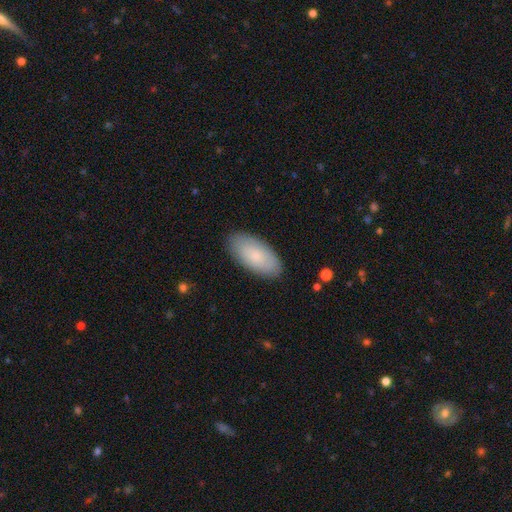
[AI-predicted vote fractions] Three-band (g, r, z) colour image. It shows a smooth galaxy with no disk features (79%) that is in between round and cigar-shaped (94%). Merging: none (86%).